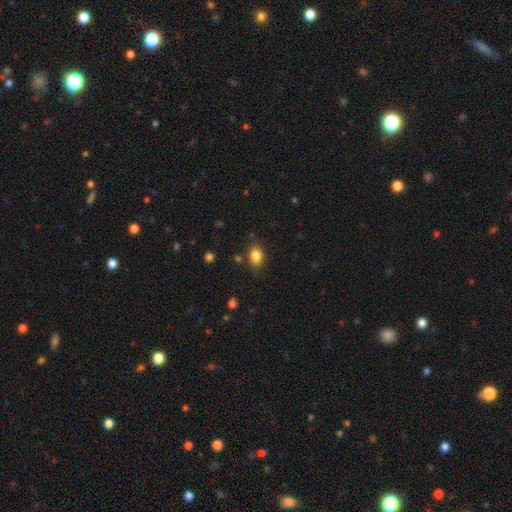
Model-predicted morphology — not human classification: This is clearly a smooth galaxy (85%). How rounded: likely in between (79%). Merging: likely none (79%).